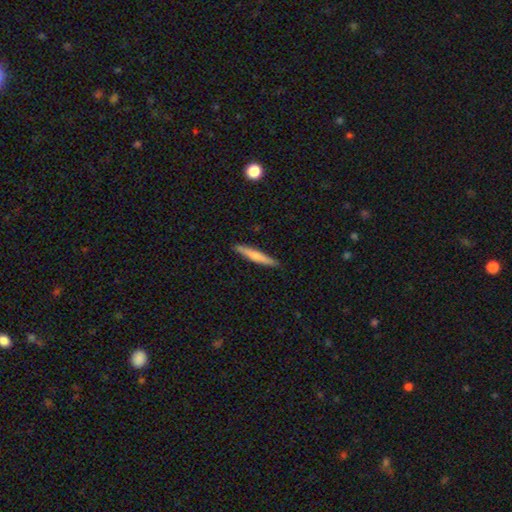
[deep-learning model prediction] This appears to be a smooth galaxy with no disk features (66%) that is cigar-shaped (94%). Merging: none (89%).